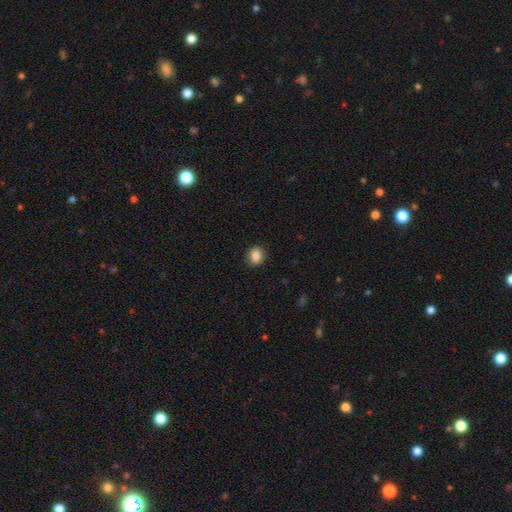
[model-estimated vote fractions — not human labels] Smooth or featured? Predicted: smooth (p=0.86). How rounded? Predicted: round (p=0.52). Merging? Predicted: none (p=0.89).